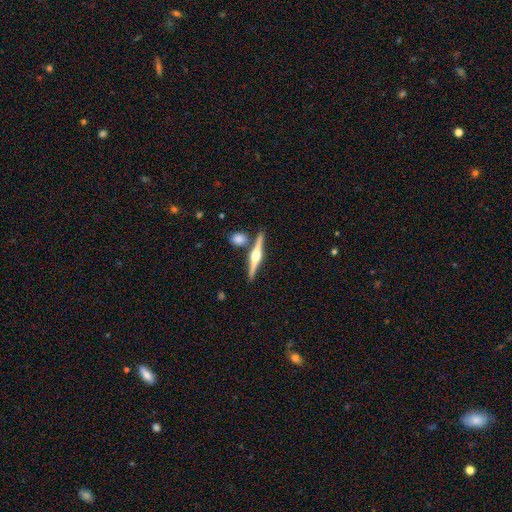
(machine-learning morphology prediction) The model was most divided on "smooth or featured": featured or disk: 81%, smooth: 14%, star or artifact: 5%. More confident: edge-on disk — yes (98%); edge-on bulge — rounded (95%); merging — none (83%).